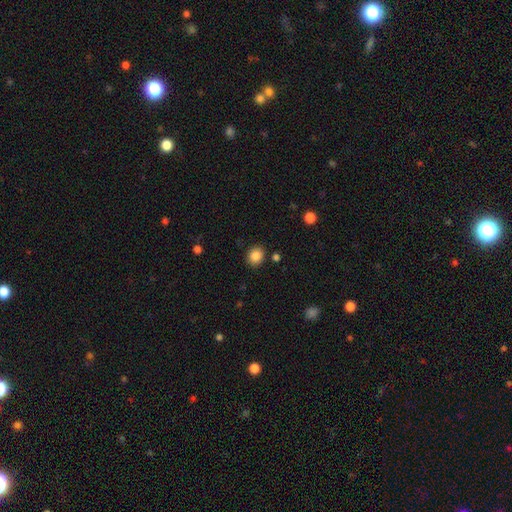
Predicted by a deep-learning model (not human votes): Morphology: type=smooth (86%); roundness=round (65%); merging=none (87%).